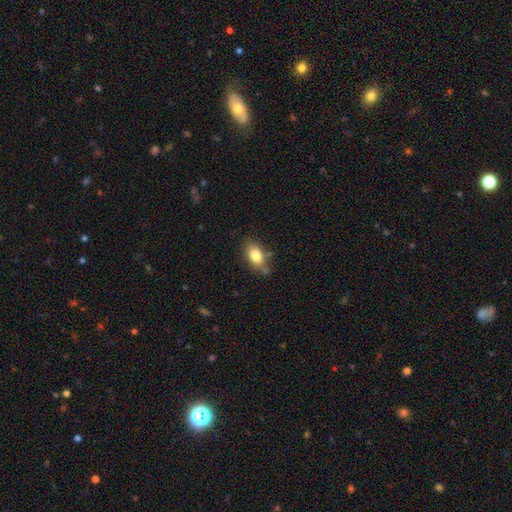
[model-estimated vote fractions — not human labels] Smooth or featured? smooth (81%)
How rounded? in between (86%)
Merging? none (70%)